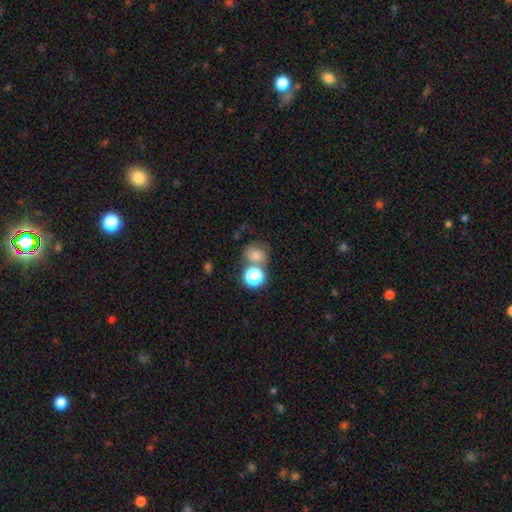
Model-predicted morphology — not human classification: Smooth or featured? Predicted: smooth (p=0.64). How rounded? Predicted: round (p=0.77). Merging? Predicted: none (p=0.53).